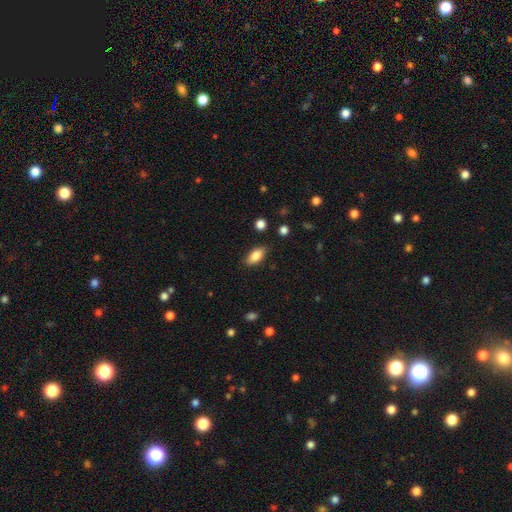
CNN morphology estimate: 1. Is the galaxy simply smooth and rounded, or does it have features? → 83% smooth, 10% featured or disk, 7% star or artifact.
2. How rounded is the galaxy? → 86% in between, 11% cigar-shaped, 3% round.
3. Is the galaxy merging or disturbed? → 85% none, 11% minor disturbance, 3% major disturbance, 1% merger.